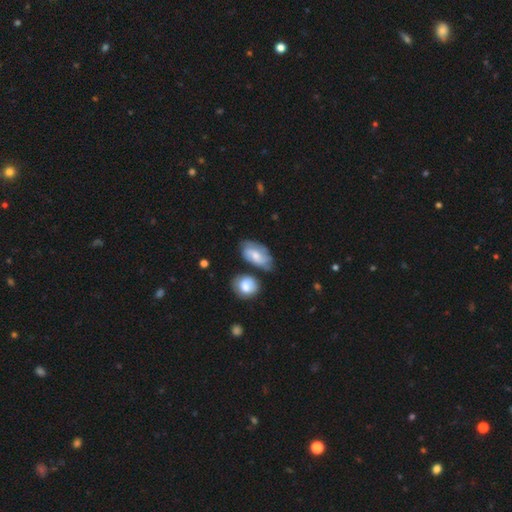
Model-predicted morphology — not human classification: Smooth or featured: featured or disk — 48% (smooth — 45%)
Merging: none — 58% (minor disturbance — 22%)